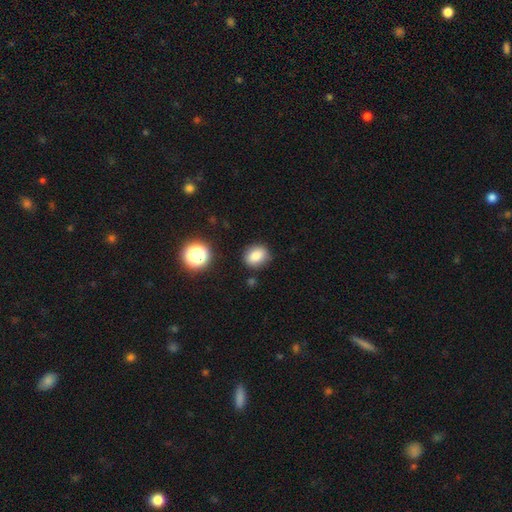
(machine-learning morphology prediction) The model was most divided on "how rounded": round: 50%, in between: 48%, cigar-shaped: 1%. More confident: merging — none (85%); smooth or featured — smooth (81%).